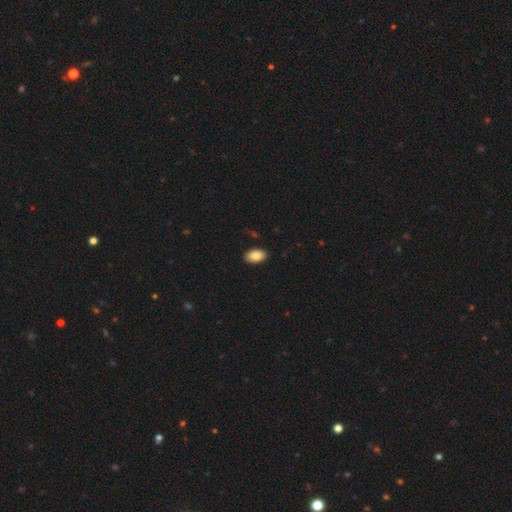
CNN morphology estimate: This is clearly a smooth galaxy (86%). How rounded: clearly in between (93%). Merging: clearly none (89%).